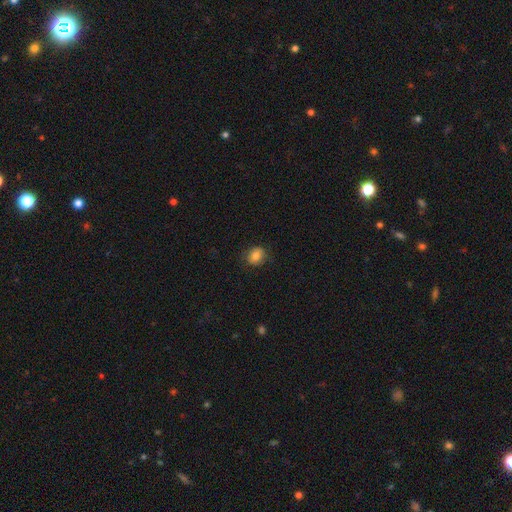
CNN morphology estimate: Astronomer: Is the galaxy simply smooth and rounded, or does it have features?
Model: smooth — 80%.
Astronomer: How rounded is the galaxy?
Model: round — 65%.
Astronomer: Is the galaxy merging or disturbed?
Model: none — 82%.